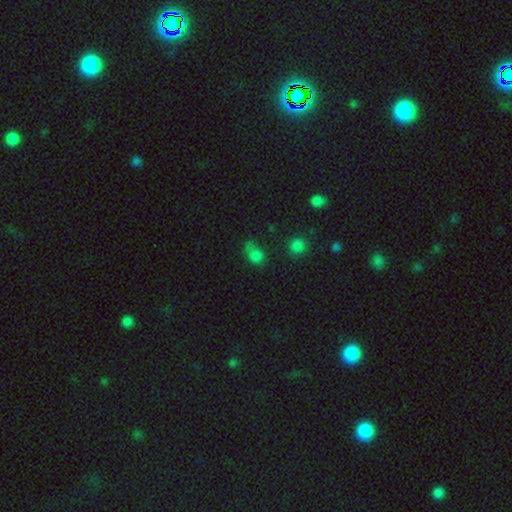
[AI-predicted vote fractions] Q: Smooth or featured?
A: smooth (74%); runner-up: star or artifact (19%)
Q: How rounded?
A: round (51%); runner-up: in between (47%)
Q: Merging?
A: none (46%); runner-up: minor disturbance (29%)